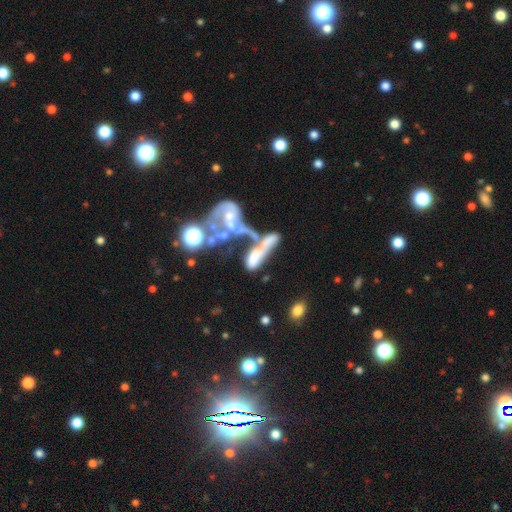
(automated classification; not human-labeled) Smooth or featured: featured or disk — 52% (smooth — 33%)
Edge-on disk: no — 92% (yes — 8%)
Merging: merger — 66% (major disturbance — 20%)